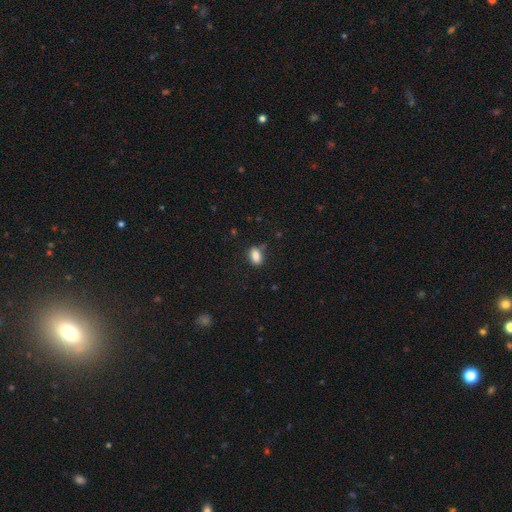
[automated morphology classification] Q: Smooth or featured?
A: smooth (86%); runner-up: star or artifact (9%)
Q: How rounded?
A: in between (85%); runner-up: round (11%)
Q: Merging?
A: none (75%); runner-up: minor disturbance (17%)